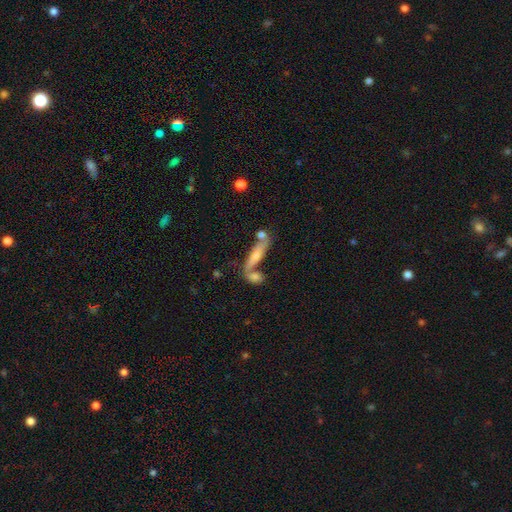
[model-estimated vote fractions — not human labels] This appears to be a smooth galaxy with no disk features (56%) that is cigar-shaped (75%). Merging: none (52%).